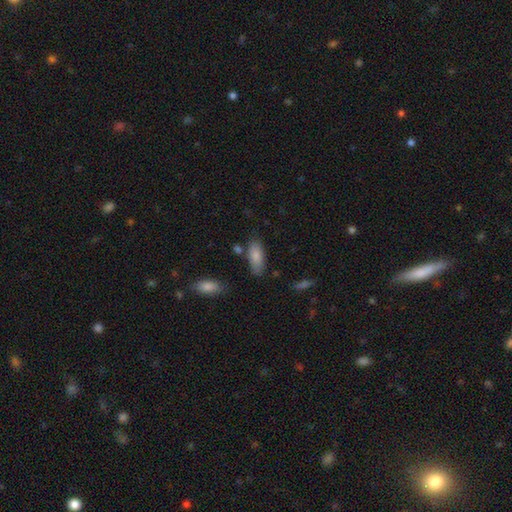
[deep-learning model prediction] A smooth galaxy with no disk features (85%) that is in between round and cigar-shaped (82%).

Vote fractions:
- Smooth or featured? smooth: 85% / featured or disk: 9% / star or artifact: 6%
- How rounded? in between: 82% / cigar-shaped: 16% / round: 2%
- Merging? none: 71% / minor disturbance: 19% / merger: 6% / major disturbance: 4%